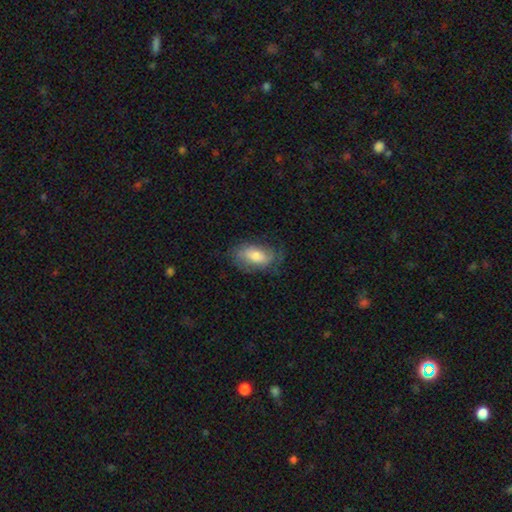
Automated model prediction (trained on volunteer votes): smooth 60%, featured or disk 33%, star or artifact 7%. Down the decision tree: how rounded — in between (88%); merging — none (66%).